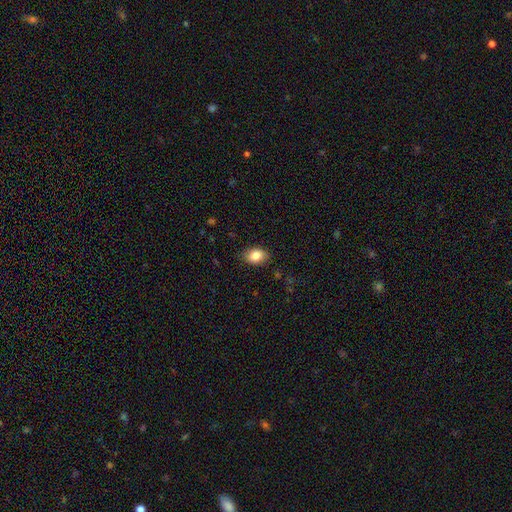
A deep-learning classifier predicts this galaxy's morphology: A smooth galaxy with no disk features (85%) that is in between round and cigar-shaped (81%). Merging: none (86%).